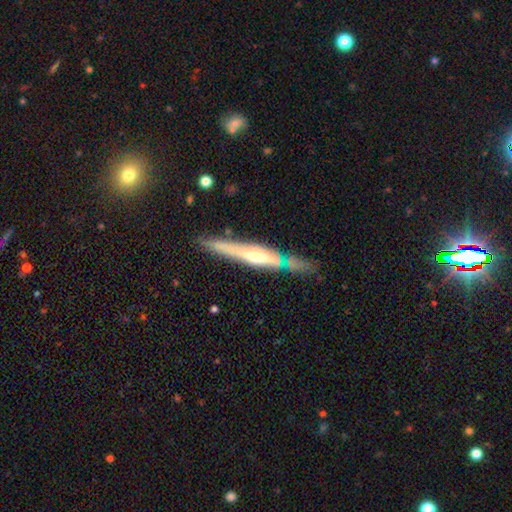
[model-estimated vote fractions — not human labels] Morphology: type=featured or disk (56%); edge-on=yes (86%); merging=none (65%).